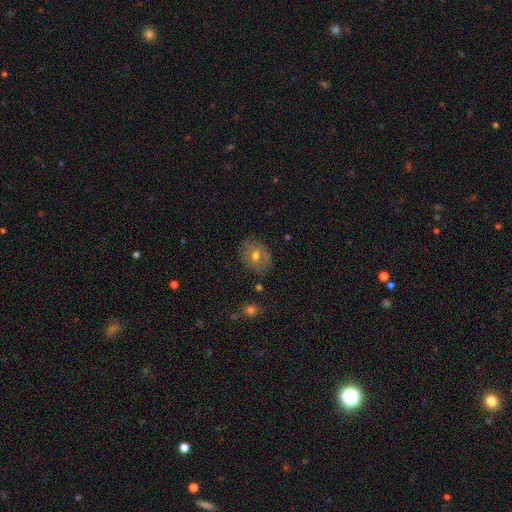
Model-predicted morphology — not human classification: smooth-or-featured: smooth: 54% | featured or disk: 35% | star or artifact: 11%
  how-rounded: in between: 51% | round: 48% | cigar-shaped: 1%
  merging: none: 78% | minor disturbance: 15% | major disturbance: 4% | merger: 2%